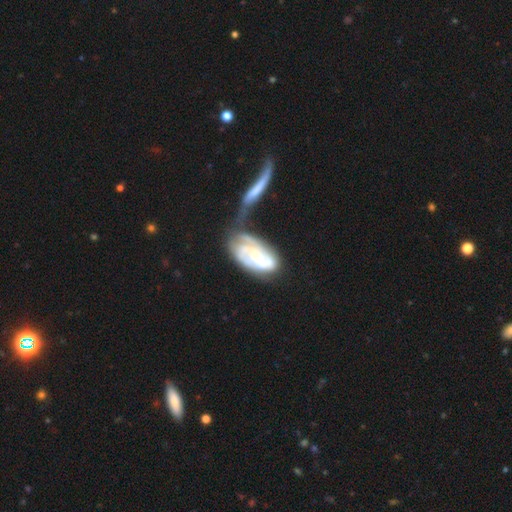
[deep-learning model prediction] This is likely a featured or disk galaxy (75%). It is clearly not viewed edge-on (94%). Bar: likely no (63%). Spiral arm pattern: clearly yes (85%). Spiral arm count: marginally can't tell (38%). Spiral winding: possibly tight (57%). Central bulge: possibly small (55%). Merging: marginally merger (39%).